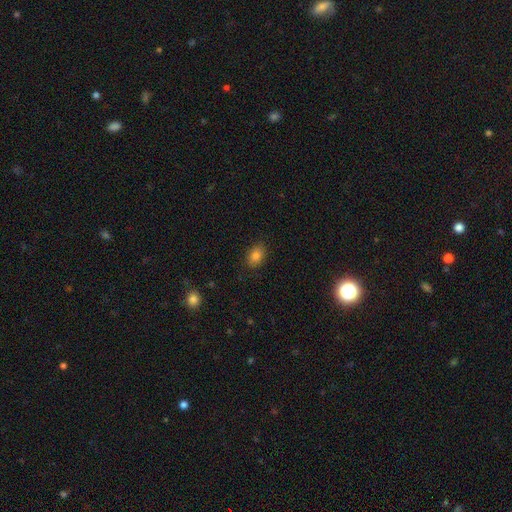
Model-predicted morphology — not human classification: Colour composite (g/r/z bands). It shows a smooth galaxy with no disk features (82%) that is in between round and cigar-shaped (80%). Merging: none (87%).